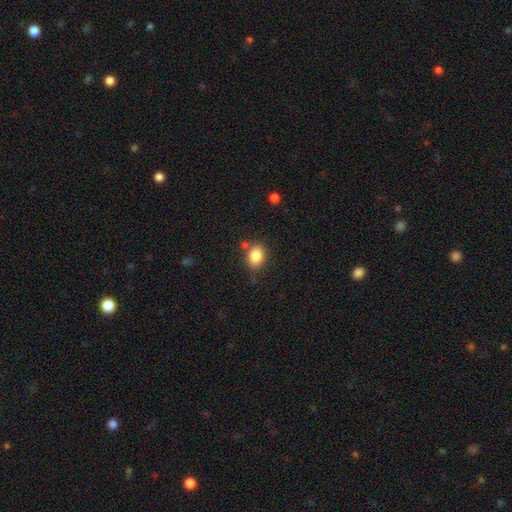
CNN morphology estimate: This is clearly a smooth galaxy (84%). How rounded: possibly in between (53%). Merging: likely none (74%).